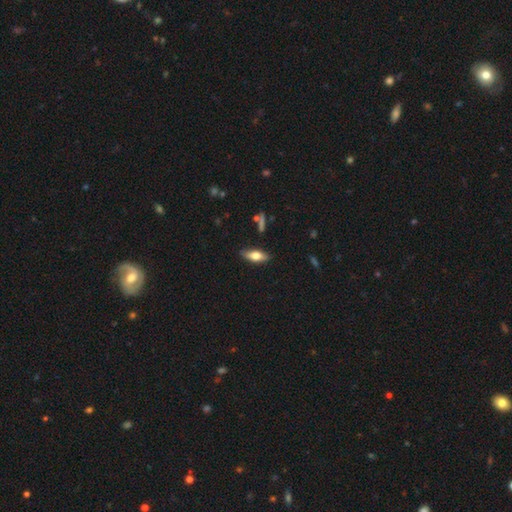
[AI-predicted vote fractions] Smooth or featured: smooth — 64% (featured or disk — 30%)
How rounded: in between — 71% (cigar-shaped — 26%)
Merging: none — 82% (minor disturbance — 14%)